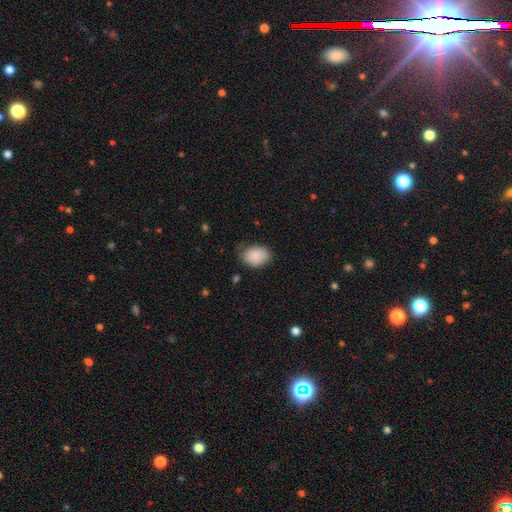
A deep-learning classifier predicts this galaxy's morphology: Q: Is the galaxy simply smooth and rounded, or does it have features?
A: smooth — 89%.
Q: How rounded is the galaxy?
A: in between — 76%.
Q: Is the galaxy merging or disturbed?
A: none — 70%.